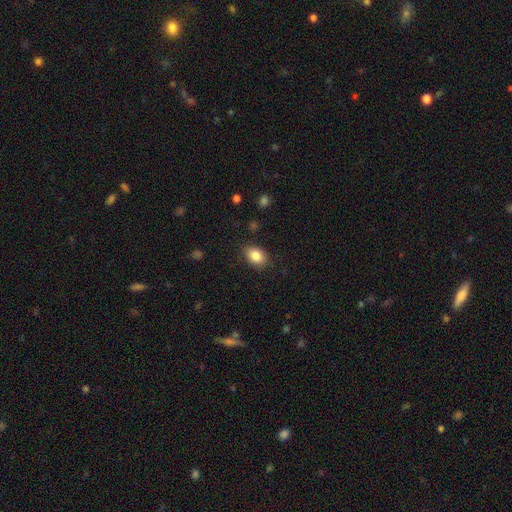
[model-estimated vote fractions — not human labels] This is clearly a smooth galaxy (85%). How rounded: likely in between (75%). Merging: clearly none (84%).